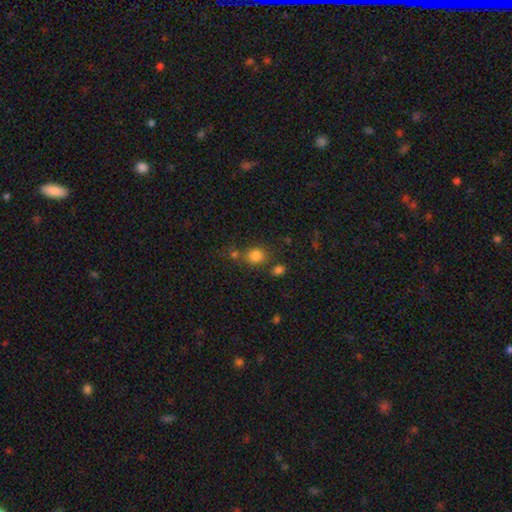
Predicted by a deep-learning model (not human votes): Smooth or featured?
  - smooth: 80% *
  - star or artifact: 13%
  - featured or disk: 6%
How rounded?
  - round: 74% *
  - in between: 25%
  - cigar-shaped: 1%
Merging?
  - none: 64% *
  - merger: 17%
  - minor disturbance: 13%
  - major disturbance: 6%